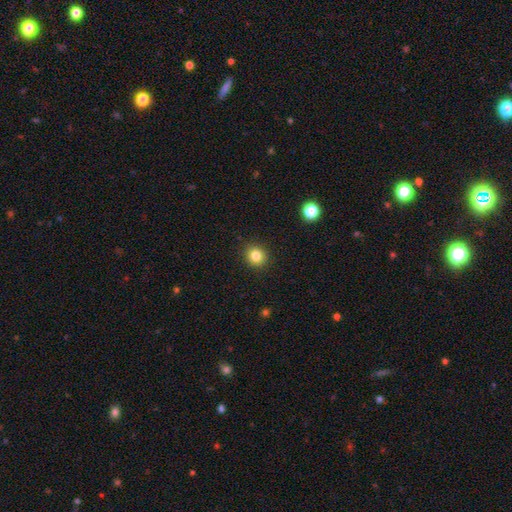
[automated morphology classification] smooth-or-featured: smooth: 82% | star or artifact: 11% | featured or disk: 6%
  how-rounded: round: 86% | in between: 13% | cigar-shaped: 1%
  merging: none: 91% | minor disturbance: 6% | major disturbance: 2% | merger: 1%